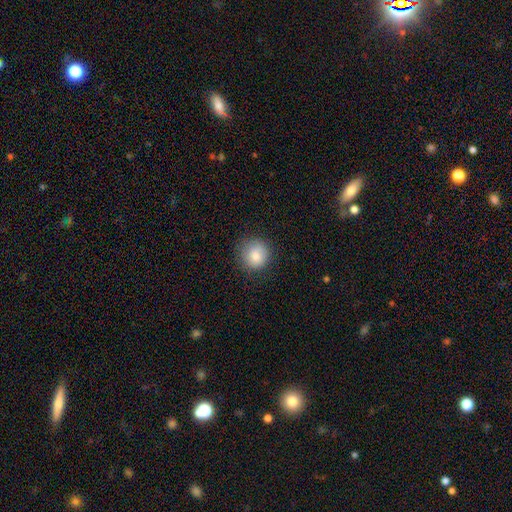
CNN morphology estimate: smooth_or_featured: smooth (p=0.83) [alt: star or artifact p=0.09]
how_rounded: round (p=0.91) [alt: in between p=0.08]
merging: none (p=0.82) [alt: minor disturbance p=0.13]